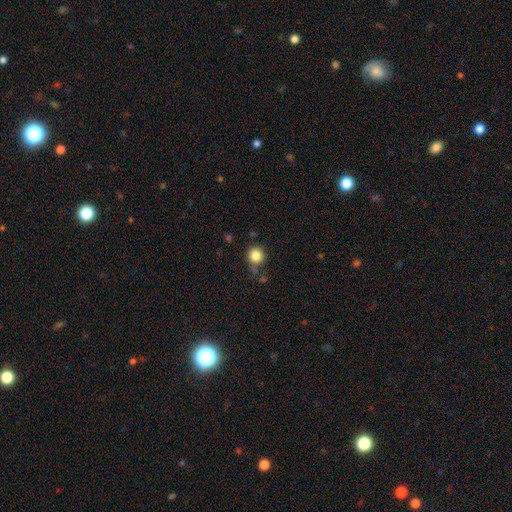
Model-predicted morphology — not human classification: Smooth or featured?
  - smooth: 84% *
  - star or artifact: 11%
  - featured or disk: 5%
How rounded?
  - round: 92% *
  - in between: 7%
  - cigar-shaped: 1%
Merging?
  - none: 80% *
  - minor disturbance: 12%
  - merger: 4%
  - major disturbance: 4%